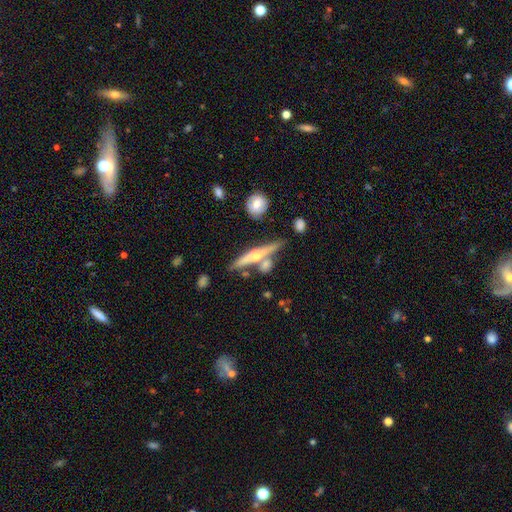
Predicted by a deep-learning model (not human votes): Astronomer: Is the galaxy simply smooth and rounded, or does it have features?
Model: featured or disk — 68%.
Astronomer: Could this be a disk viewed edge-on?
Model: yes — 95%.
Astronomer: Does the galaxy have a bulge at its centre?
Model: rounded — 89%.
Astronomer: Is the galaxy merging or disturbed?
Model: none — 67%.